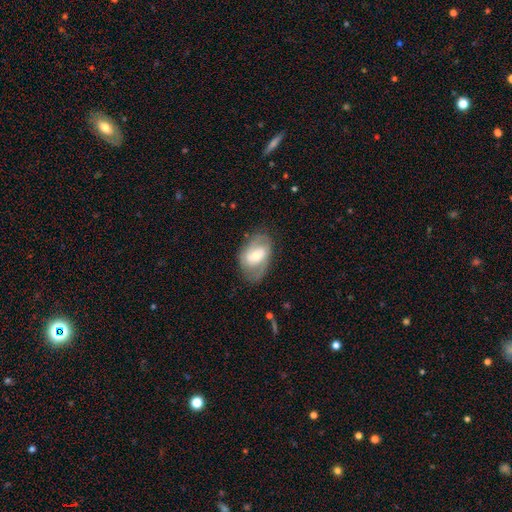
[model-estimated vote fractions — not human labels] Smooth or featured?
  - featured or disk: 64% *
  - smooth: 30%
  - star or artifact: 7%
Edge-on disk?
  - no: 95% *
  - yes: 5%
Bar?
  - weak: 45% *
  - no: 36%
  - strong: 19%
Spiral arms?
  - yes: 77% *
  - no: 23%
Bulge size?
  - moderate: 55% *
  - small: 36%
  - large: 6%
  - none: 1%
  - dominant: 1%
Merging?
  - none: 70% *
  - minor disturbance: 19%
  - major disturbance: 9%
  - merger: 1%